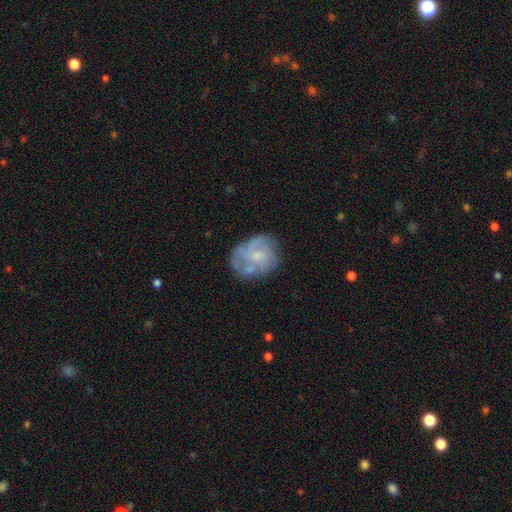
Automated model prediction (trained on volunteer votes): This is likely a featured or disk galaxy (65%). It is clearly not viewed edge-on (98%). Bar: likely no (71%). Spiral arm pattern: likely yes (72%). Central bulge: possibly small (52%). Merging: likely none (62%).